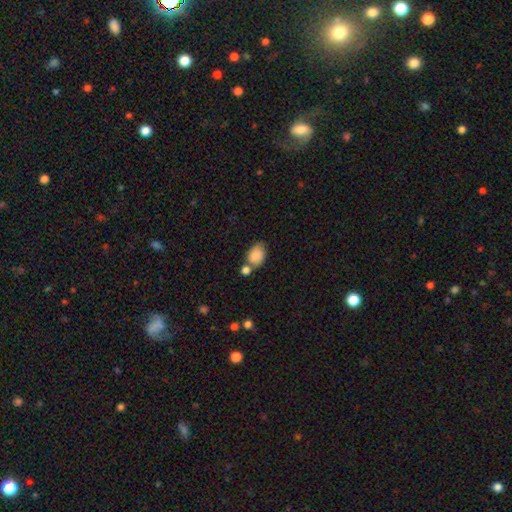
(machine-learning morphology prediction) Q: Smooth or featured?
A: smooth (85%); runner-up: star or artifact (8%)
Q: How rounded?
A: in between (74%); runner-up: round (24%)
Q: Merging?
A: none (44%); runner-up: merger (32%)